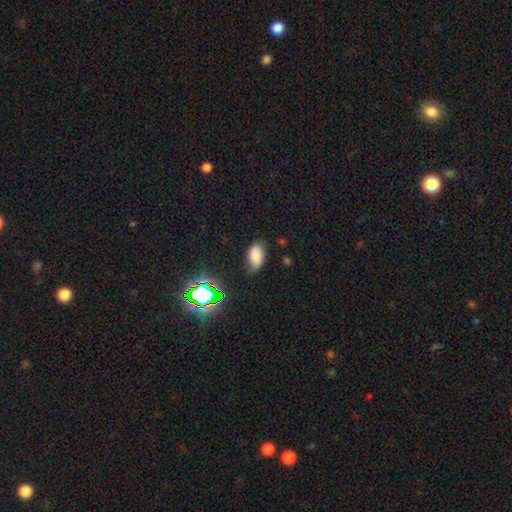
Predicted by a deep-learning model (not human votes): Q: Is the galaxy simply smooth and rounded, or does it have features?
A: smooth — 74%.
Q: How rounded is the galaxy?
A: in between — 92%.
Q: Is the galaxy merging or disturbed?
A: none — 62%.